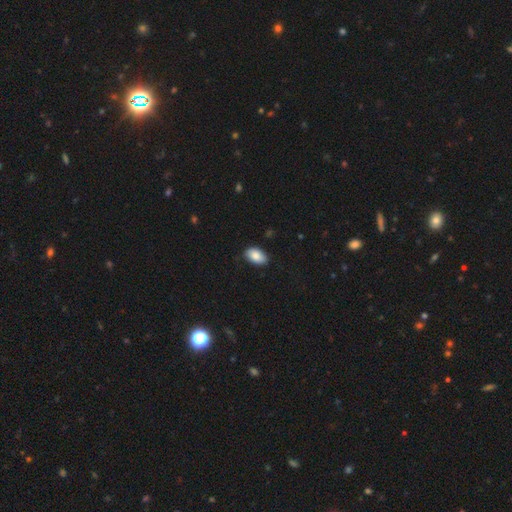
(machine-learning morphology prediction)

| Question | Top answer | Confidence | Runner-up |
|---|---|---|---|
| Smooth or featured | smooth | 86% | featured or disk (7%) |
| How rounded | in between | 93% | round (6%) |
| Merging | none | 83% | minor disturbance (14%) |